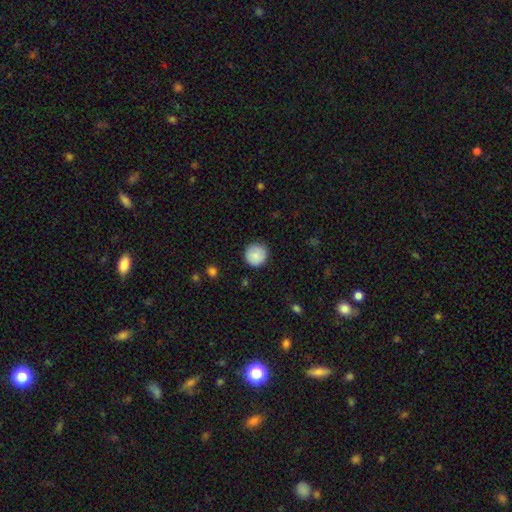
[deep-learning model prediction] Overall: smooth (86%). How rounded: round (95%). Merging: none (88%).